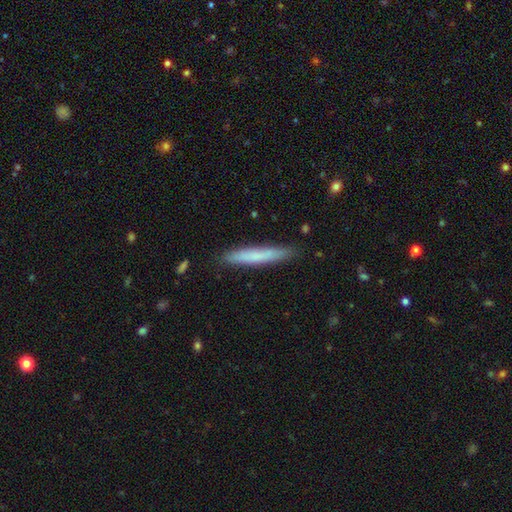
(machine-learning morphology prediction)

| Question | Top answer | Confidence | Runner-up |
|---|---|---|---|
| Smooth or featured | smooth | 72% | featured or disk (23%) |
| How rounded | cigar-shaped | 95% | in between (4%) |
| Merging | none | 86% | minor disturbance (11%) |